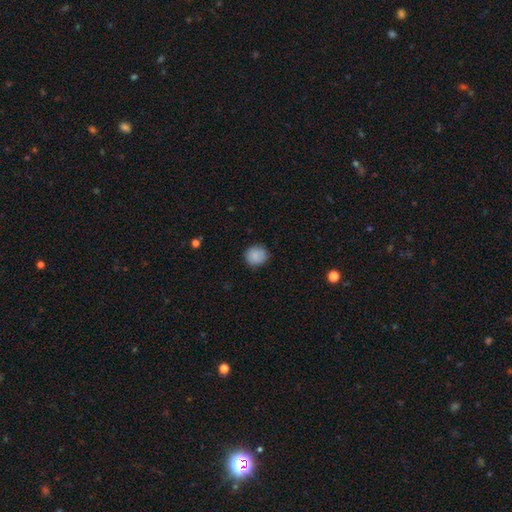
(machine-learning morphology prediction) Smooth or featured? smooth (87%)
How rounded? round (86%)
Merging? none (85%)